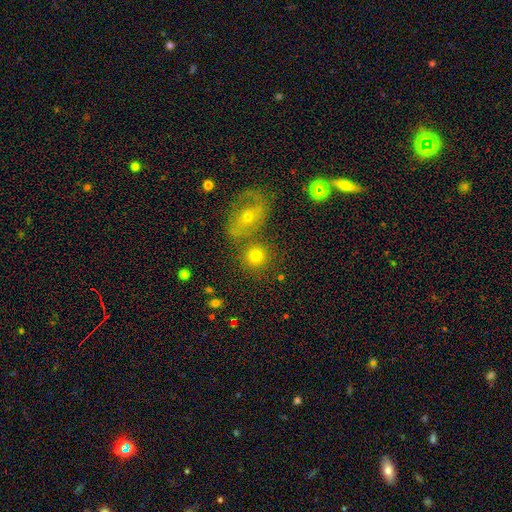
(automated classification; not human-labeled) A smooth galaxy with no disk features (74%) that is round (86%).

Vote fractions:
- Smooth or featured? smooth: 74% / featured or disk: 15% / star or artifact: 11%
- How rounded? round: 86% / in between: 13% / cigar-shaped: 1%
- Merging? none: 66% / merger: 22% / minor disturbance: 9% / major disturbance: 4%